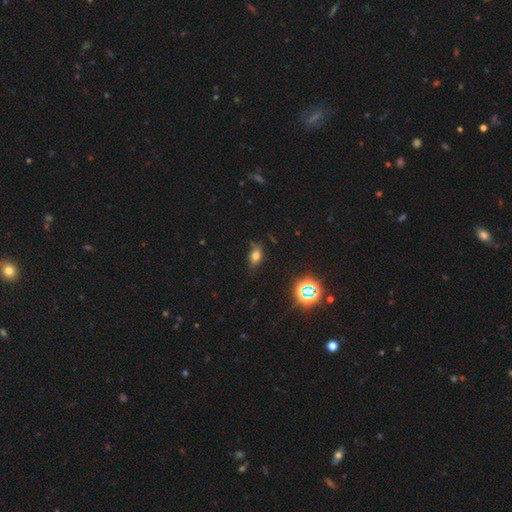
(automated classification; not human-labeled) Smooth or featured? Predicted: smooth (p=0.68). How rounded? Predicted: in between (p=0.83). Merging? Predicted: none (p=0.71).